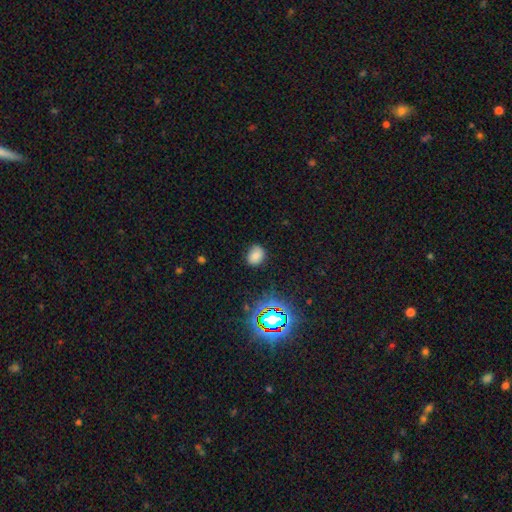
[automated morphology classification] Smooth or featured?
  - smooth: 75% *
  - star or artifact: 17%
  - featured or disk: 8%
How rounded?
  - in between: 51% *
  - round: 48%
  - cigar-shaped: 1%
Merging?
  - none: 78% *
  - minor disturbance: 17%
  - major disturbance: 4%
  - merger: 2%